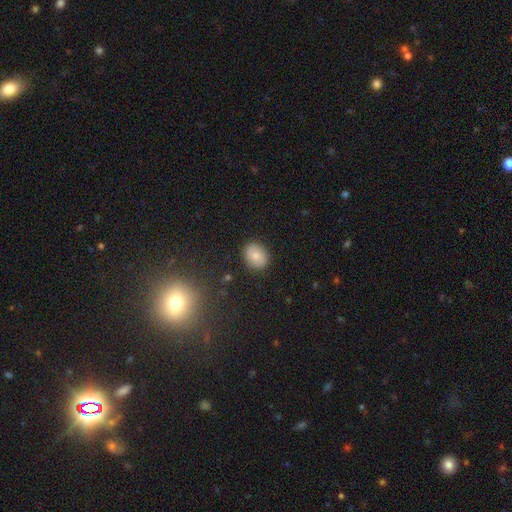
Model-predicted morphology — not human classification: smooth 75%, featured or disk 15%, star or artifact 10%. Down the decision tree: how rounded — round (51%); merging — none (87%).